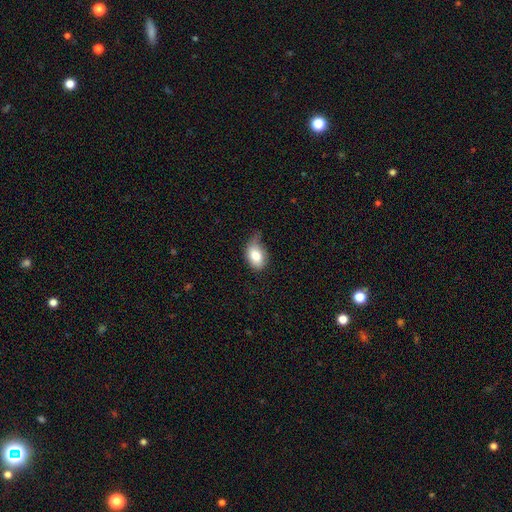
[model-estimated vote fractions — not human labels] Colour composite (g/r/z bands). It shows a smooth galaxy with no disk features (81%) that is in between round and cigar-shaped (83%). Merging: minor disturbance (46%).